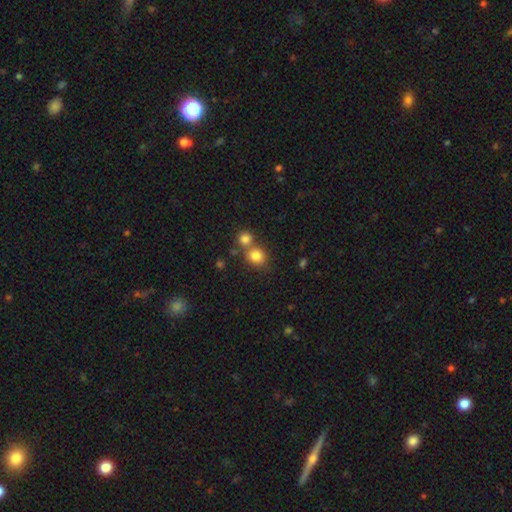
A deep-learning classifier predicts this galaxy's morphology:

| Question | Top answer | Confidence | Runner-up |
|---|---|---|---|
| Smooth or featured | smooth | 81% | star or artifact (12%) |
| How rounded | round | 82% | in between (17%) |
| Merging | none | 53% | merger (36%) |